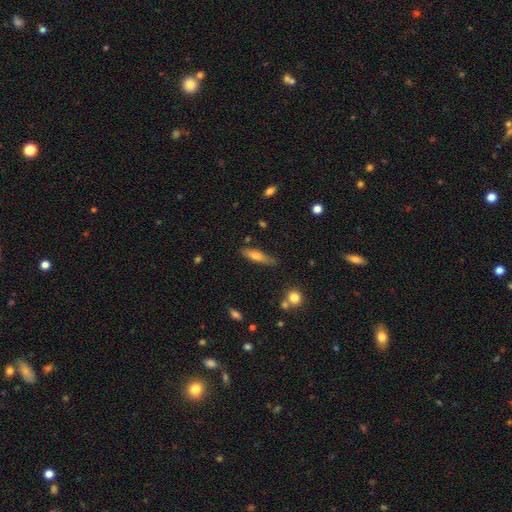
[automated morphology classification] type=smooth (67%); roundness=cigar-shaped (68%); merging=none (73%).